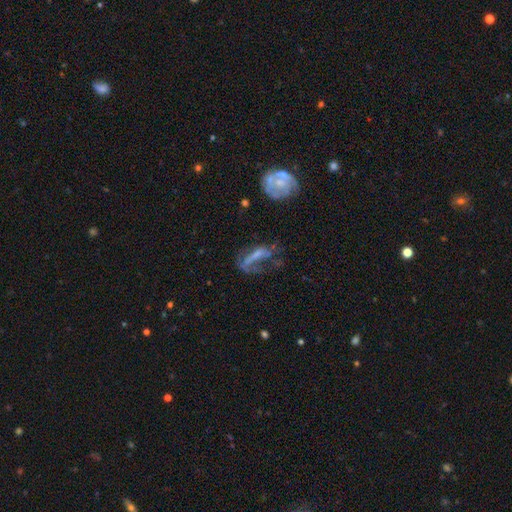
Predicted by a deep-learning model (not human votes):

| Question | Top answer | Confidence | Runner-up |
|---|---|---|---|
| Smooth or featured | featured or disk | 56% | smooth (31%) |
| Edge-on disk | no | 83% | yes (17%) |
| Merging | major disturbance | 44% | none (30%) |